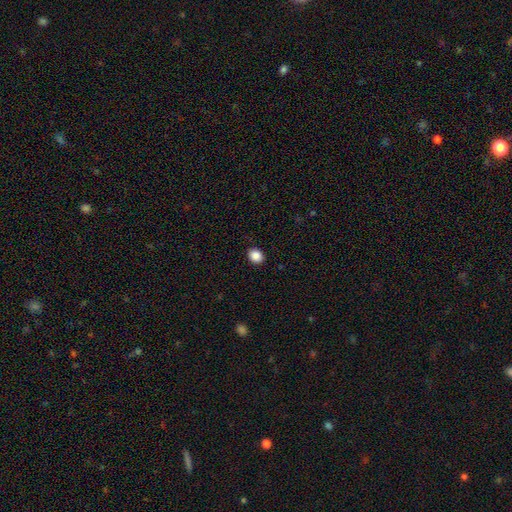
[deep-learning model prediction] This is clearly a smooth galaxy (88%). How rounded: likely round (61%). Merging: clearly none (90%).